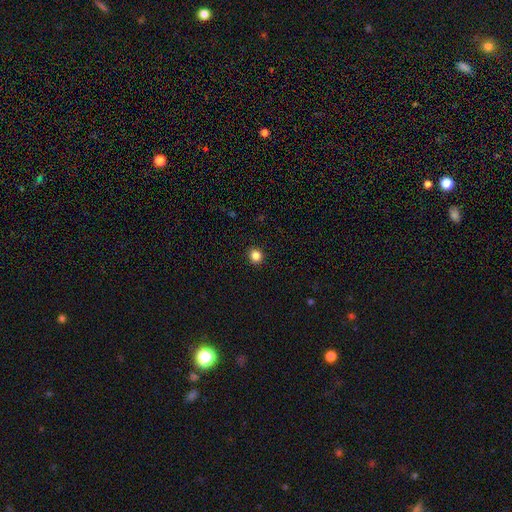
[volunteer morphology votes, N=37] smooth 92%, star or artifact 5%, featured or disk 3%. Down the decision tree: how rounded — round (91%); merging — none (97%).